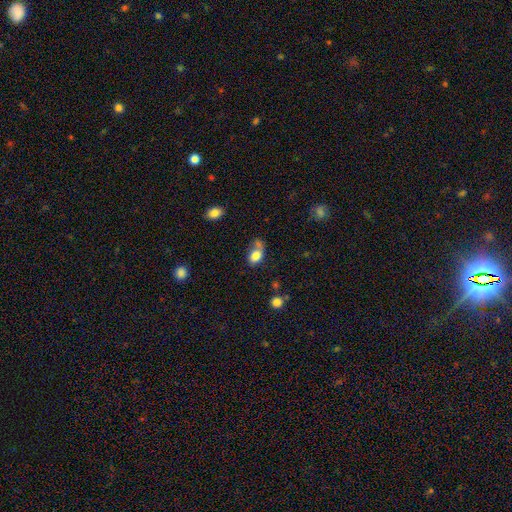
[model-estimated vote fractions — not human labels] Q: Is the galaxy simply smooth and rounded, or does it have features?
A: smooth — 80%.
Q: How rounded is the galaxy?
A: in between — 77%.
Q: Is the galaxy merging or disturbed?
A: none — 36%.